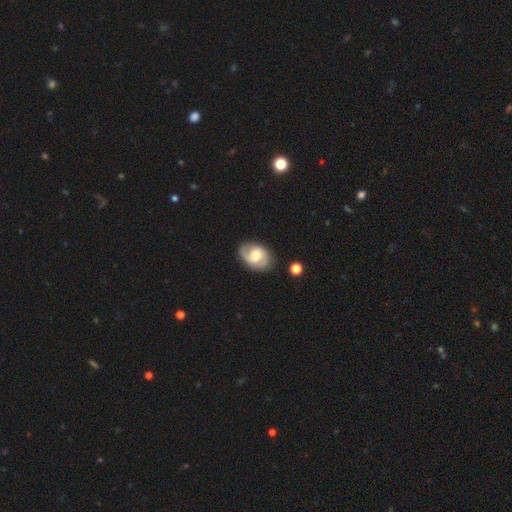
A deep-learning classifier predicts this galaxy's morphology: Smooth or featured? Predicted: featured or disk (p=0.62). Edge-on disk? Predicted: no (p=0.96). Bar? Predicted: no (p=0.49). Spiral arms? Predicted: yes (p=0.88). Spiral winding? Predicted: medium (p=0.44). Spiral arm count? Predicted: 2 (p=0.74). Bulge size? Predicted: moderate (p=0.63). Merging? Predicted: none (p=0.76).